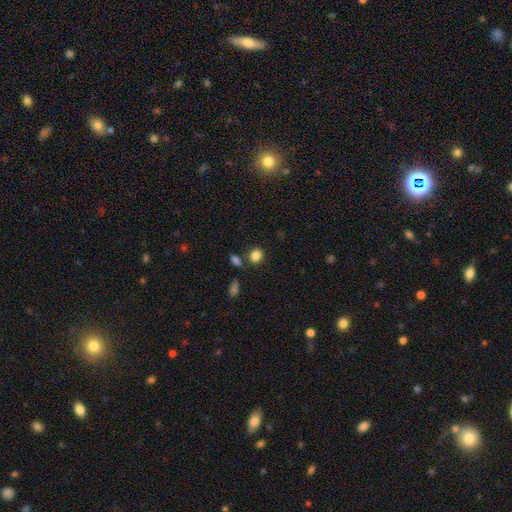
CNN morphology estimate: type=smooth (85%); roundness=round (77%); merging=none (78%).